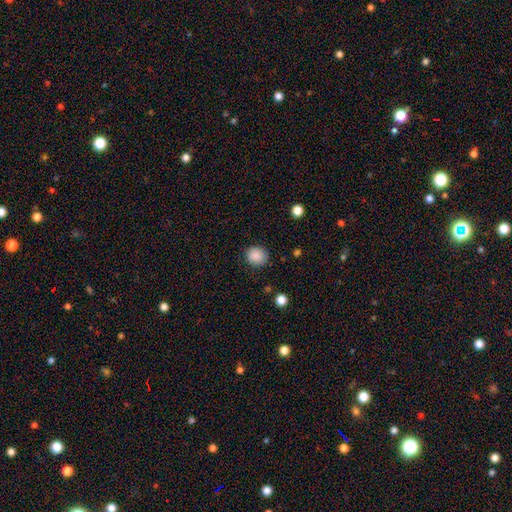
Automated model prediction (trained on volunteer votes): Smooth or featured? smooth (88%)
How rounded? round (80%)
Merging? none (85%)